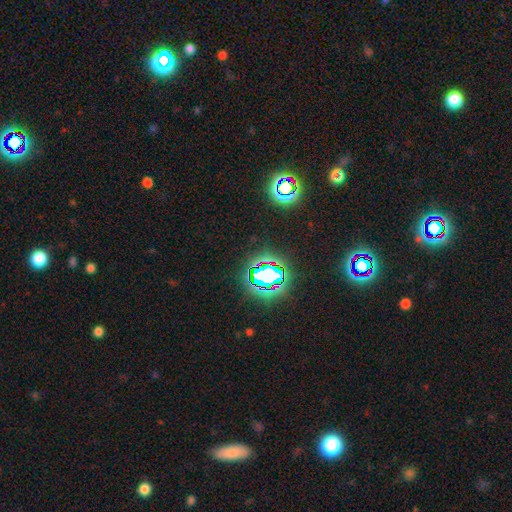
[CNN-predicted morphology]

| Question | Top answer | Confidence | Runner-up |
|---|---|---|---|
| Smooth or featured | star or artifact | 80% | smooth (13%) |